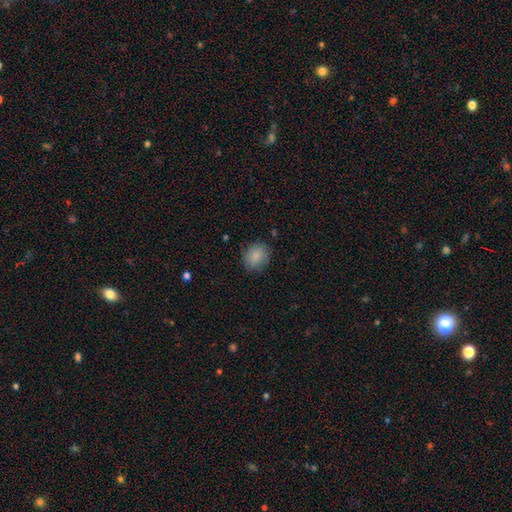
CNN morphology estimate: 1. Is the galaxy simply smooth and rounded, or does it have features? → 87% smooth, 8% star or artifact, 5% featured or disk.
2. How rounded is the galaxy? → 69% round, 30% in between, 1% cigar-shaped.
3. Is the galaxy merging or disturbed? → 82% none, 14% minor disturbance, 4% major disturbance, 1% merger.